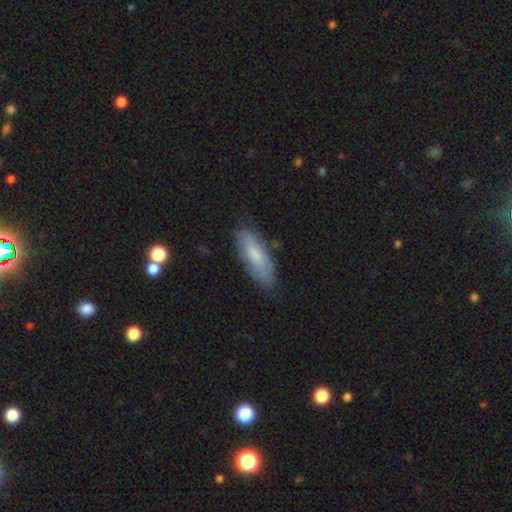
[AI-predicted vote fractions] smooth-or-featured: smooth: 71% | featured or disk: 23% | star or artifact: 6%
  how-rounded: in between: 60% | cigar-shaped: 38% | round: 2%
  merging: none: 76% | minor disturbance: 19% | major disturbance: 4% | merger: 2%